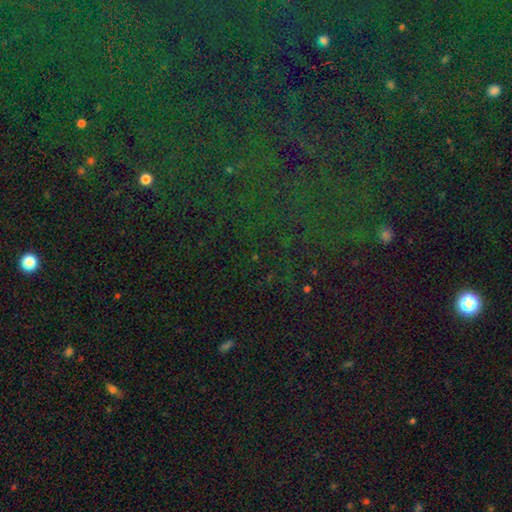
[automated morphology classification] This is likely a star or artifact rather than a galaxy (80%).